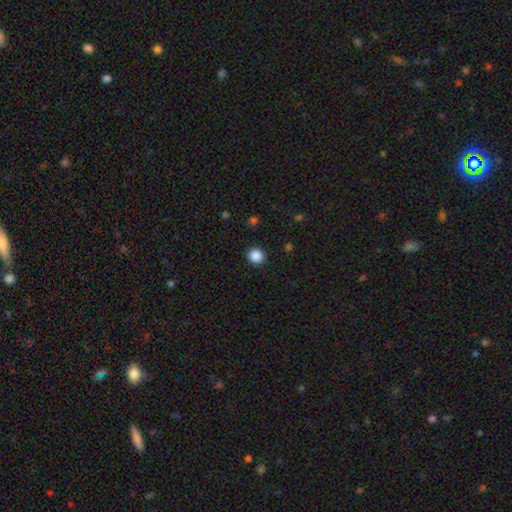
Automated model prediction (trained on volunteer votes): Q: Smooth or featured?
A: smooth (87%); runner-up: star or artifact (10%)
Q: How rounded?
A: round (91%); runner-up: in between (8%)
Q: Merging?
A: none (91%); runner-up: minor disturbance (6%)